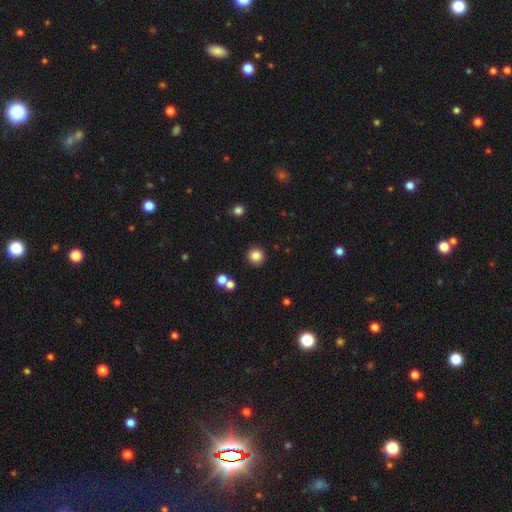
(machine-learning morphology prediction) Smooth or featured? smooth (83%)
How rounded? round (95%)
Merging? none (90%)